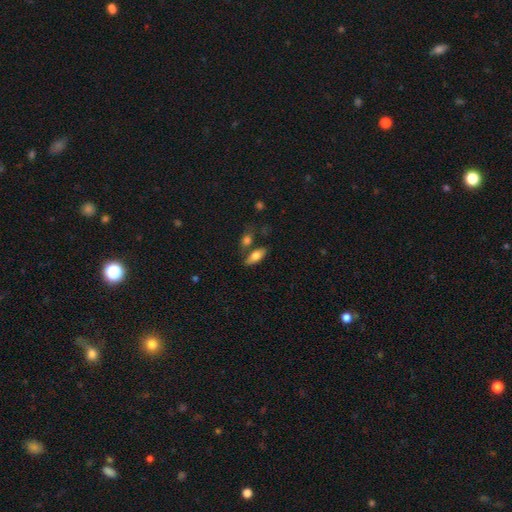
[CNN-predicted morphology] This is likely a smooth galaxy (72%). How rounded: clearly in between (82%). Merging: likely none (67%).